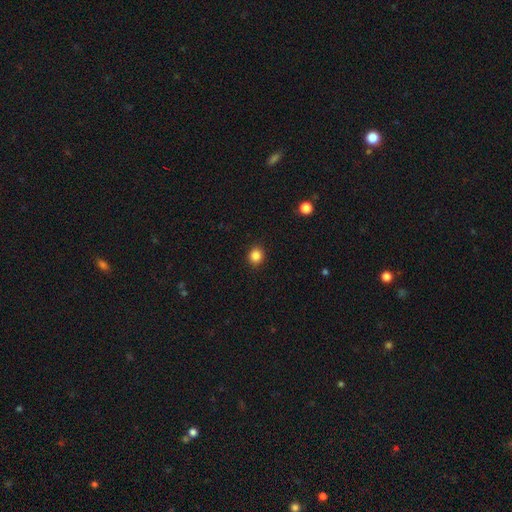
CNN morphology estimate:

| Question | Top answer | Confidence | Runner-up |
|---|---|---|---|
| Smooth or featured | smooth | 86% | star or artifact (11%) |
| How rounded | round | 82% | in between (18%) |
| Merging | none | 91% | minor disturbance (6%) |